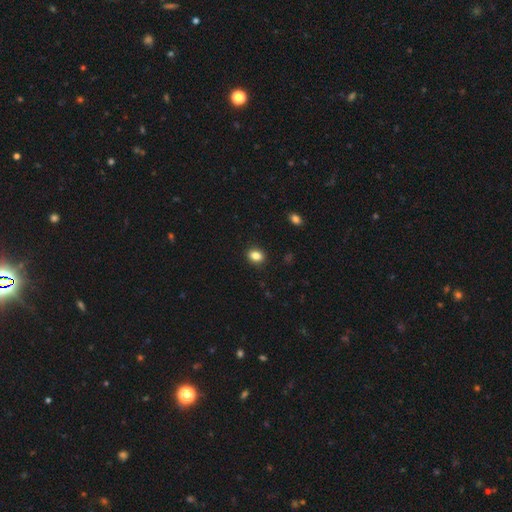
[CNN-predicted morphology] This appears to be a smooth galaxy with no disk features (85%) that is in between round and cigar-shaped (55%). Merging: none (90%).